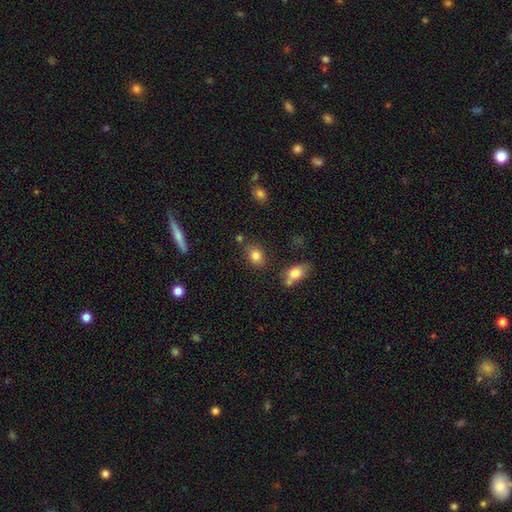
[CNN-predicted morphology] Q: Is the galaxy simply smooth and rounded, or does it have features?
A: smooth — 82%.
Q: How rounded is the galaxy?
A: in between — 62%.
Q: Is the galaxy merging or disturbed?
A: none — 72%.